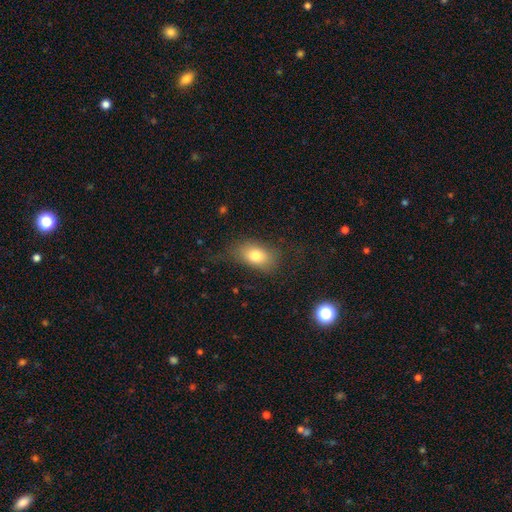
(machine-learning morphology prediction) Smooth or featured?
  - smooth: 77% *
  - featured or disk: 14%
  - star or artifact: 10%
How rounded?
  - in between: 84% *
  - round: 14%
  - cigar-shaped: 3%
Merging?
  - none: 67% *
  - minor disturbance: 20%
  - major disturbance: 11%
  - merger: 1%